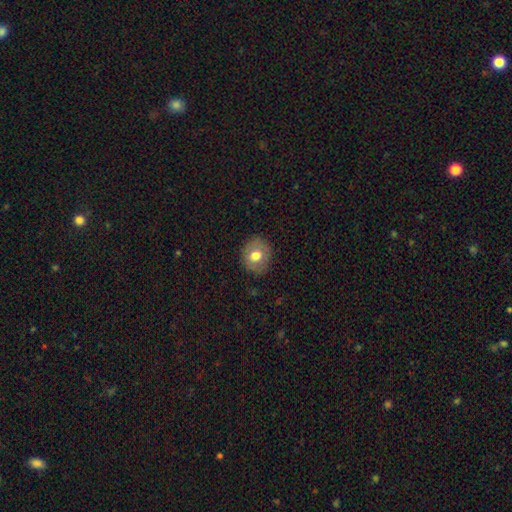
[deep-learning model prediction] Q: Smooth or featured?
A: smooth (71%); runner-up: featured or disk (21%)
Q: How rounded?
A: round (74%); runner-up: in between (25%)
Q: Merging?
A: none (87%); runner-up: minor disturbance (10%)